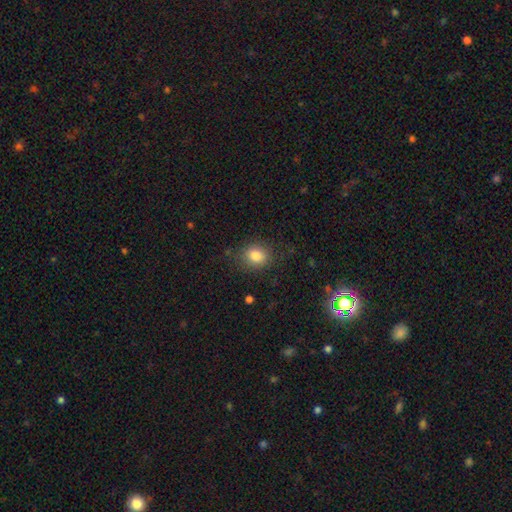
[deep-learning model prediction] Overall: smooth (82%). How rounded: round (61%; in between 38%). Merging: none (80%).